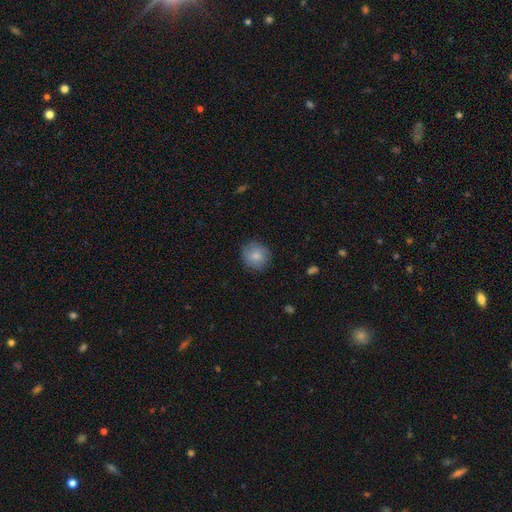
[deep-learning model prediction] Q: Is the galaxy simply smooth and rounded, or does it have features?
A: smooth — 81%.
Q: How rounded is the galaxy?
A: round — 91%.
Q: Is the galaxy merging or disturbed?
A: none — 83%.